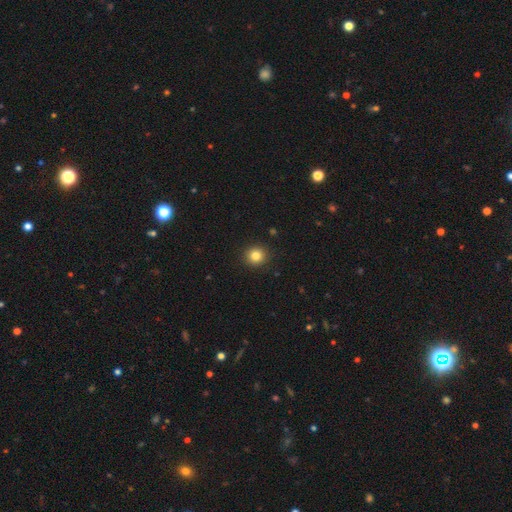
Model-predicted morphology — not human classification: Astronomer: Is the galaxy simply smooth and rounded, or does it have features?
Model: smooth — 82%.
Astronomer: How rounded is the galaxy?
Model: round — 90%.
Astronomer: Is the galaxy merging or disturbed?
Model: none — 91%.